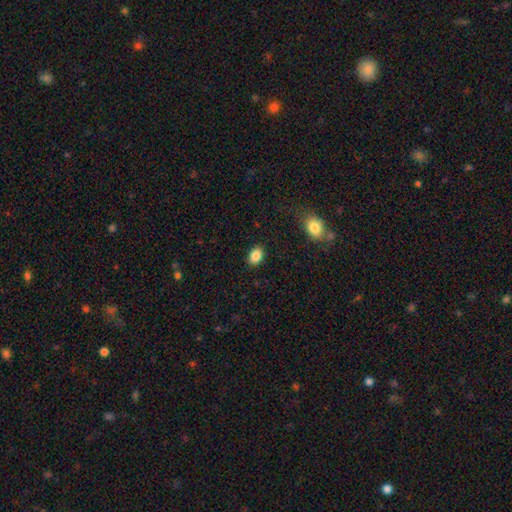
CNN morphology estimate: The model was most divided on "how rounded": in between: 81%, round: 18%, cigar-shaped: 1%. More confident: merging — none (88%); smooth or featured — smooth (86%).